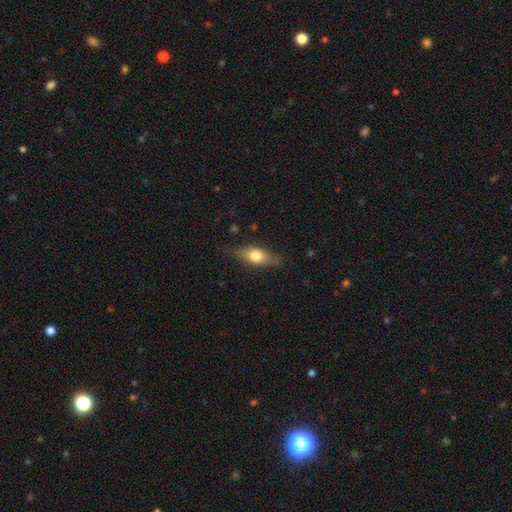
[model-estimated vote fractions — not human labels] Overall: smooth (66%; featured or disk 27%). How rounded: in between (72%). Merging: none (74%).